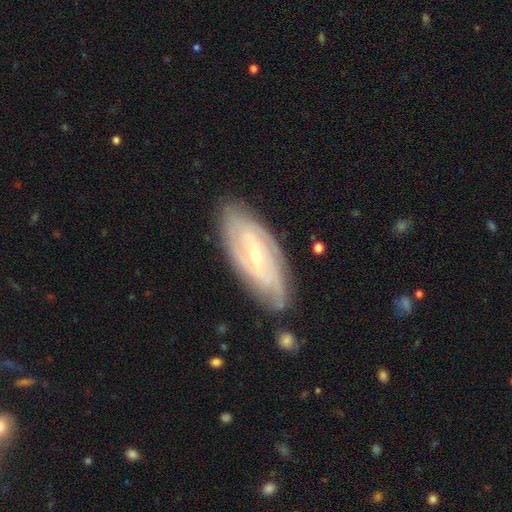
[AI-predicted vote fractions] Smooth or featured?
  - featured or disk: 80% *
  - smooth: 14%
  - star or artifact: 6%
Edge-on disk?
  - no: 89% *
  - yes: 11%
Bar?
  - weak: 41% *
  - no: 38%
  - strong: 21%
Spiral arms?
  - yes: 89% *
  - no: 11%
Spiral winding?
  - tight: 59% *
  - medium: 31%
  - loose: 9%
Spiral arm count?
  - can't tell: 38% *
  - 2: 34%
  - 3: 13%
  - 4: 8%
  - more than 4: 4%
  - 1: 4%
Bulge size?
  - small: 72% *
  - moderate: 26%
  - large: 1%
  - none: 1%
  - dominant: 1%
Merging?
  - none: 78% *
  - minor disturbance: 16%
  - major disturbance: 4%
  - merger: 2%